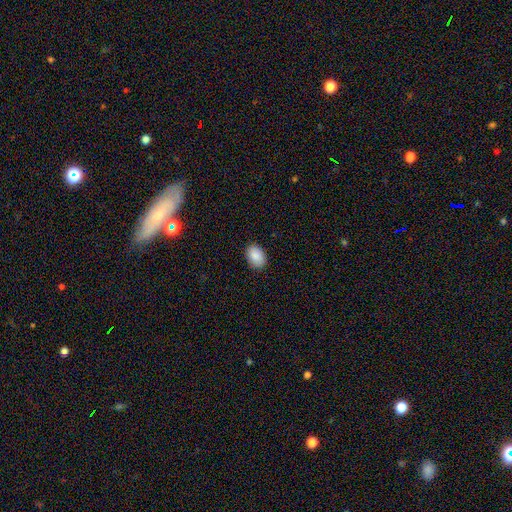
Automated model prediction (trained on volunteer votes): Smooth or featured?
  - smooth: 89% *
  - star or artifact: 7%
  - featured or disk: 4%
How rounded?
  - in between: 84% *
  - round: 15%
  - cigar-shaped: 1%
Merging?
  - none: 89% *
  - minor disturbance: 8%
  - major disturbance: 2%
  - merger: 1%